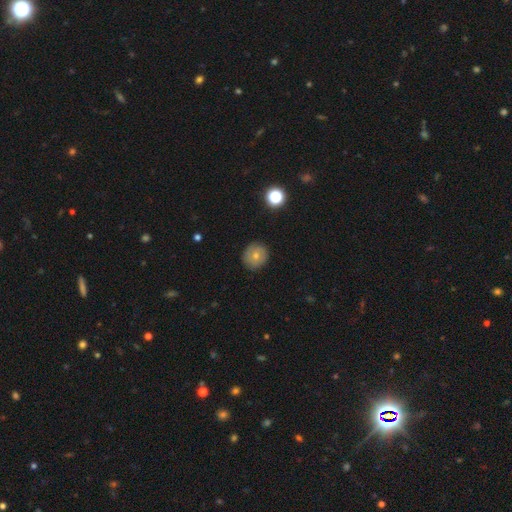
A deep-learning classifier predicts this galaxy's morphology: type=smooth (64%); roundness=round (89%); merging=none (86%).